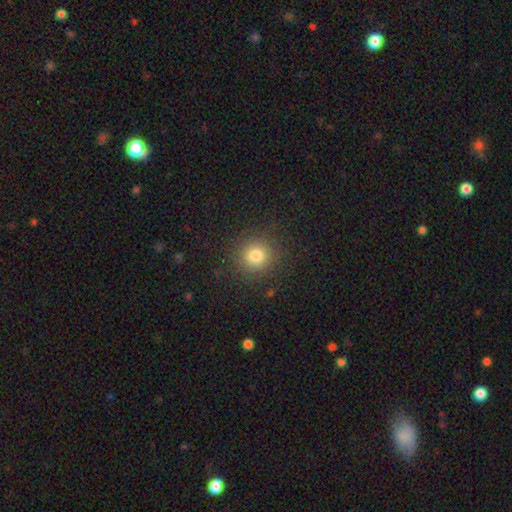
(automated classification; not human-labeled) smooth-or-featured: smooth: 80% | star or artifact: 14% | featured or disk: 6%
  how-rounded: round: 92% | in between: 7% | cigar-shaped: 1%
  merging: none: 89% | minor disturbance: 7% | major disturbance: 3% | merger: 1%